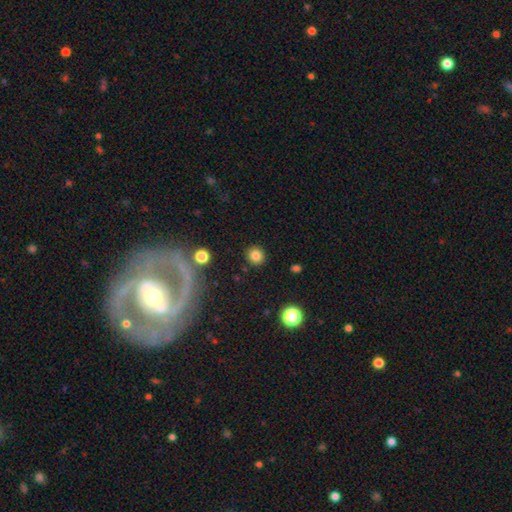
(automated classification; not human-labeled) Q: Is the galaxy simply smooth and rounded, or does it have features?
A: smooth — 82%.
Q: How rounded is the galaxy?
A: round — 88%.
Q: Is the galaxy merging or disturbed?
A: none — 90%.